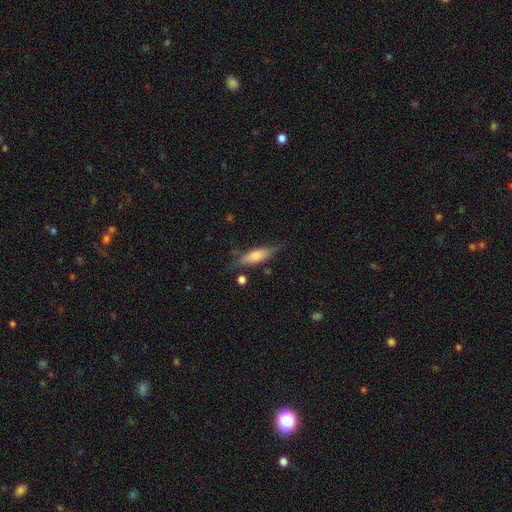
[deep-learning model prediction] Q: Smooth or featured?
A: smooth (56%); runner-up: featured or disk (36%)
Q: How rounded?
A: cigar-shaped (53%); runner-up: in between (45%)
Q: Merging?
A: none (67%); runner-up: minor disturbance (22%)